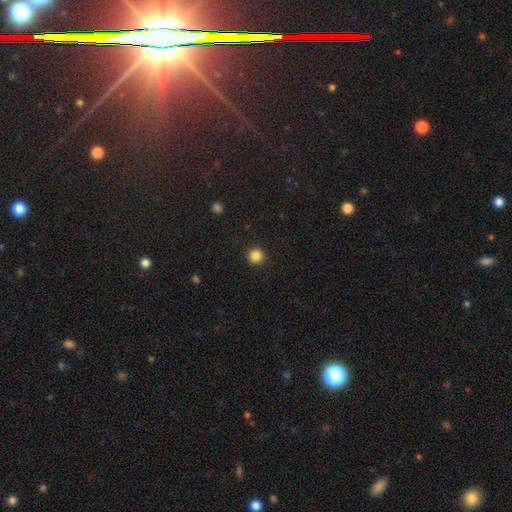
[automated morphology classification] Smooth or featured?
  - smooth: 85% *
  - star or artifact: 11%
  - featured or disk: 3%
How rounded?
  - round: 96% *
  - in between: 3%
  - cigar-shaped: 1%
Merging?
  - none: 93% *
  - minor disturbance: 4%
  - major disturbance: 2%
  - merger: 1%